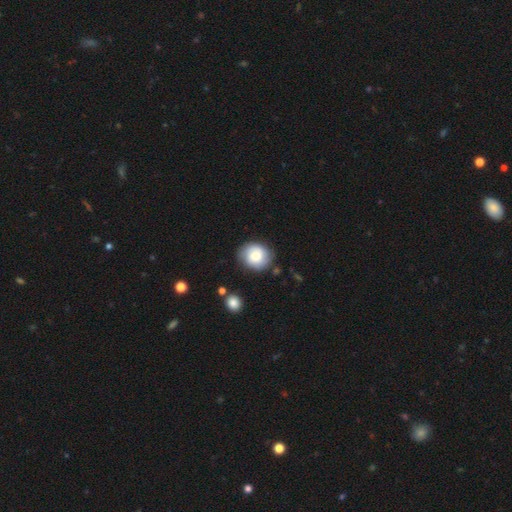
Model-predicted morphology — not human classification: The model was most divided on "smooth or featured": smooth: 68%, featured or disk: 25%, star or artifact: 8%. More confident: merging — none (77%); how rounded — round (73%).